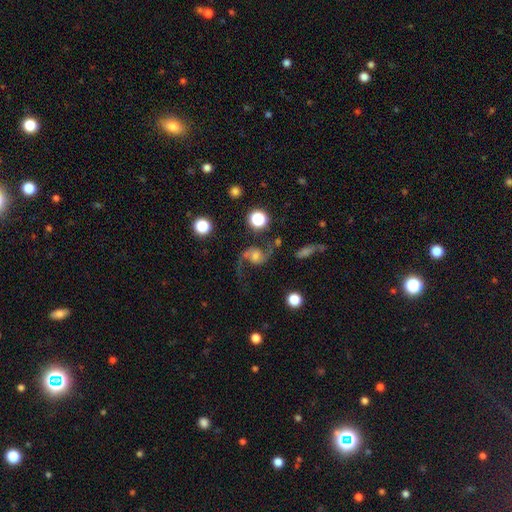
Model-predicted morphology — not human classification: Overall: featured or disk (82%). Edge-on disk: no (98%). Bar: no (59%; weak 34%). Spiral arms: yes (96%). Spiral arm count: 2 (92%). Spiral winding: loose (71%). Bulge size: moderate (44%; small 28%). Merging: none (62%).